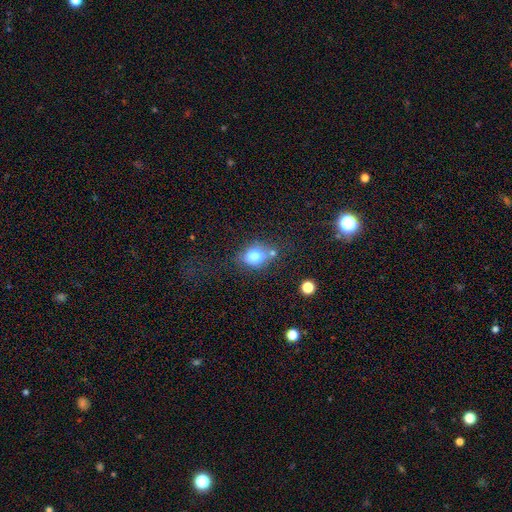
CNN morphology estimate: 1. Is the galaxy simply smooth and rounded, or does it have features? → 77% smooth, 12% featured or disk, 11% star or artifact.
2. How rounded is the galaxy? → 58% in between, 40% round, 2% cigar-shaped.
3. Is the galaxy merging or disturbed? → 57% none, 20% minor disturbance, 15% merger, 8% major disturbance.